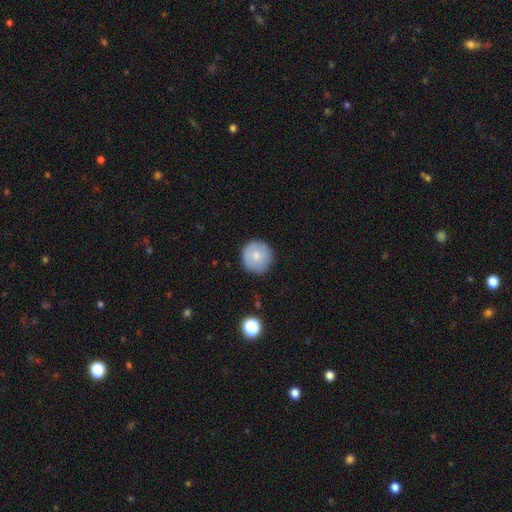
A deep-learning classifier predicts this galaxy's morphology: The model was most divided on "smooth or featured": smooth: 78%, featured or disk: 14%, star or artifact: 7%. More confident: how rounded — round (95%); merging — none (86%).